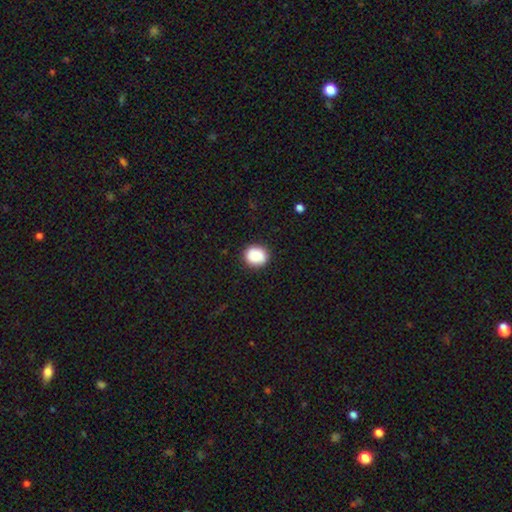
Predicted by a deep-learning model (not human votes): smooth_or_featured: smooth (p=0.87) [alt: star or artifact p=0.08]
how_rounded: round (p=0.78) [alt: in between p=0.21]
merging: none (p=0.88) [alt: minor disturbance p=0.09]